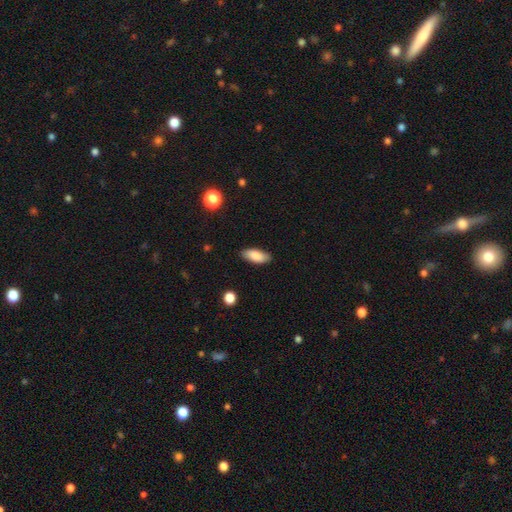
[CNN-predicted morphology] A smooth galaxy with no disk features (87%) that is in between round and cigar-shaped (84%).

Vote fractions:
- Smooth or featured? smooth: 87% / featured or disk: 7% / star or artifact: 7%
- How rounded? in between: 84% / cigar-shaped: 14% / round: 2%
- Merging? none: 86% / minor disturbance: 11% / major disturbance: 2% / merger: 1%